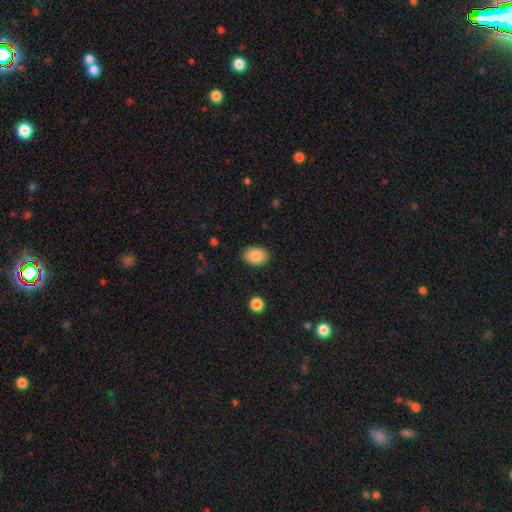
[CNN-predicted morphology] A smooth galaxy with no disk features (87%) that is in between round and cigar-shaped (79%).

Vote fractions:
- Smooth or featured? smooth: 87% / star or artifact: 7% / featured or disk: 6%
- How rounded? in between: 79% / round: 20% / cigar-shaped: 1%
- Merging? none: 88% / minor disturbance: 9% / major disturbance: 2% / merger: 1%